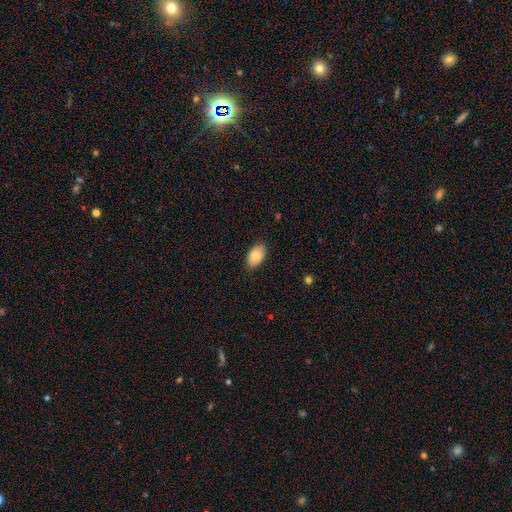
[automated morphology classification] Smooth or featured: smooth — 82% (featured or disk — 12%)
How rounded: in between — 93% (round — 6%)
Merging: none — 86% (minor disturbance — 11%)